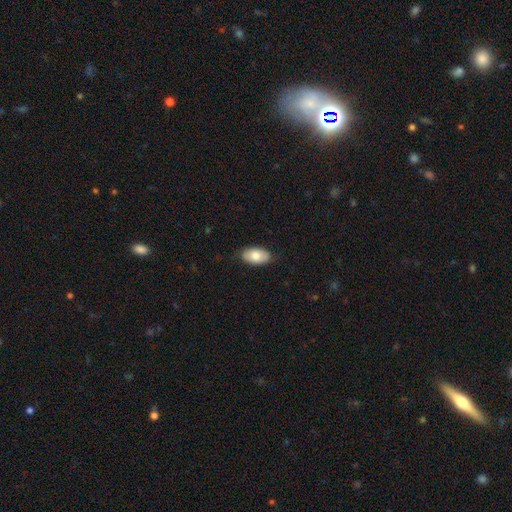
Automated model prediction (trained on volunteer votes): This appears to be a smooth galaxy with no disk features (79%) that is in between round and cigar-shaped (94%). Merging: none (84%).